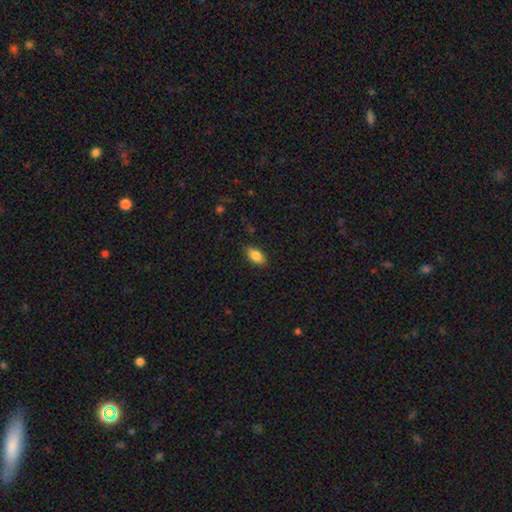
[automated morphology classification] smooth_or_featured: smooth (p=0.86) [alt: star or artifact p=0.07]
how_rounded: in between (p=0.91) [alt: cigar-shaped p=0.05]
merging: none (p=0.86) [alt: minor disturbance p=0.11]